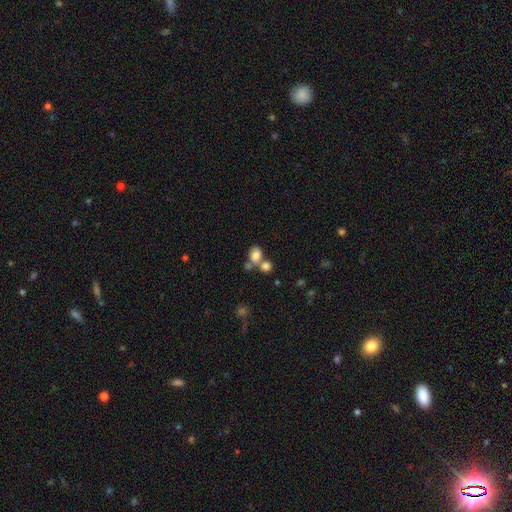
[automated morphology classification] Q: Smooth or featured?
A: smooth (80%); runner-up: star or artifact (11%)
Q: How rounded?
A: in between (59%); runner-up: round (40%)
Q: Merging?
A: merger (42%); tied with: none (42%)